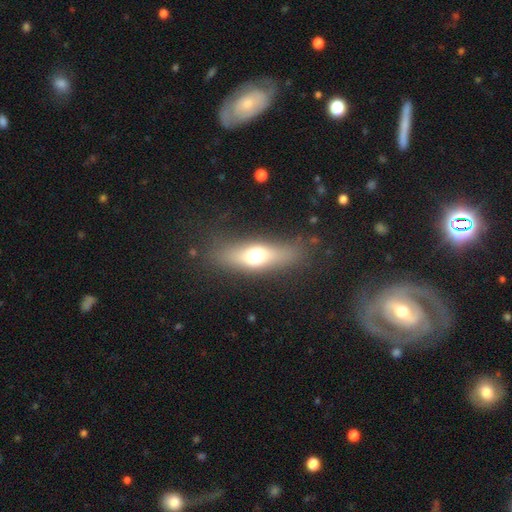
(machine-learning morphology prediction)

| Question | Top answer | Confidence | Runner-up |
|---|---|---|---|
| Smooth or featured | smooth | 57% | featured or disk (34%) |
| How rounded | in between | 53% | cigar-shaped (40%) |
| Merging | none | 80% | minor disturbance (13%) |